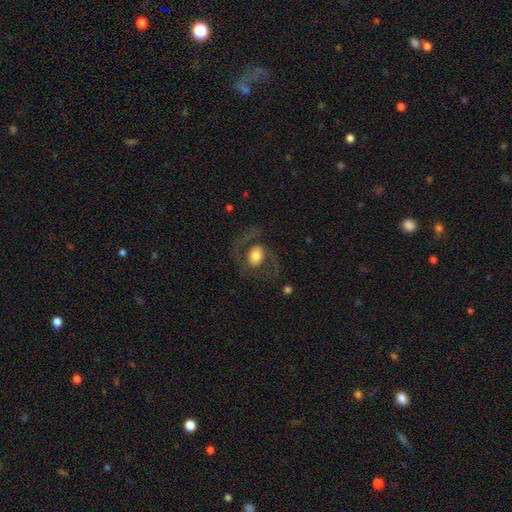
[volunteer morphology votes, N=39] A featured or disk galaxy (77%) with a weak bar (48%), 2 (85%) medium (50%) spiral arms (90%) and a large central bulge (41%). Merging: none (50%).